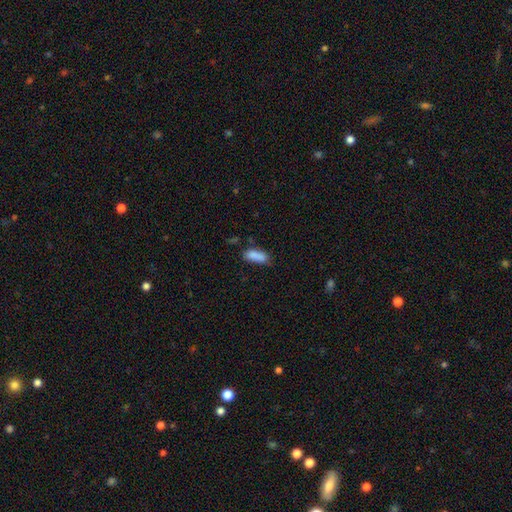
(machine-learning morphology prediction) This is clearly a smooth galaxy (85%). How rounded: likely in between (68%). Merging: possibly none (56%).